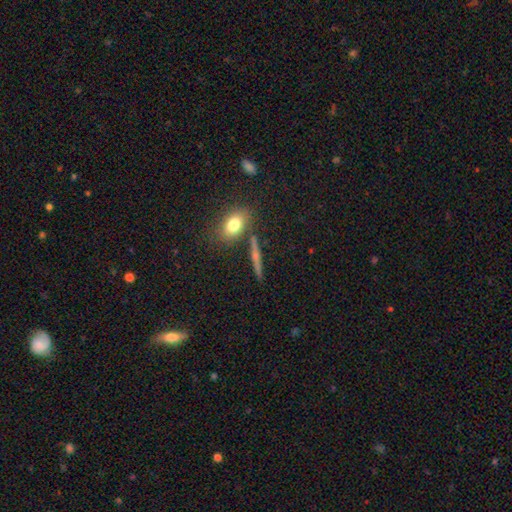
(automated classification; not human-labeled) A smooth galaxy with no disk features (44%).

Vote fractions:
- Smooth or featured? smooth: 44% / featured or disk: 43% / star or artifact: 14%
- Merging? none: 81% / minor disturbance: 9% / merger: 6% / major disturbance: 3%